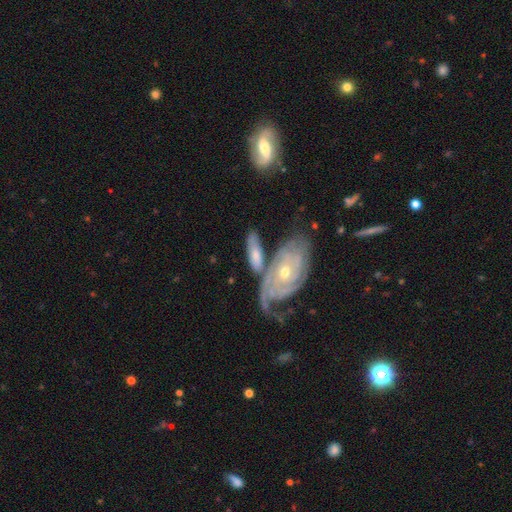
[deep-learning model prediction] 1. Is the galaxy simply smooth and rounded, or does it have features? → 58% featured or disk, 36% smooth, 6% star or artifact.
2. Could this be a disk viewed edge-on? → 84% no, 16% yes.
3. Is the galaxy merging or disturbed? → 47% none, 27% merger, 18% minor disturbance, 8% major disturbance.